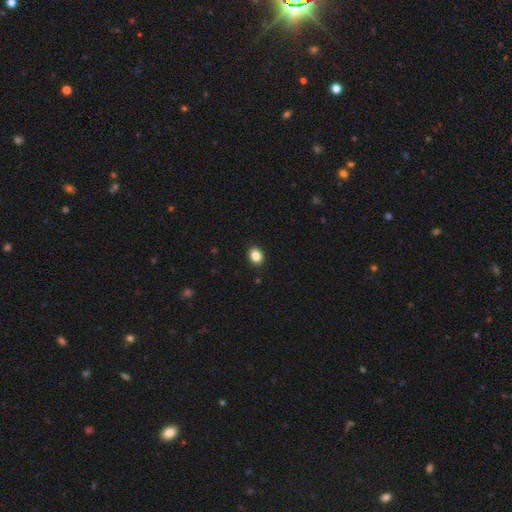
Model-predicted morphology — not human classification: Overall: smooth (85%). How rounded: in between (52%; round 47%). Merging: none (91%).